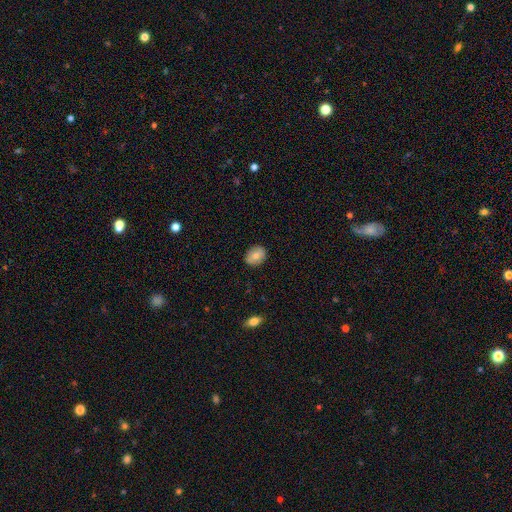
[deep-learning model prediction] Morphology: type=smooth (75%); roundness=in between (52%); merging=none (85%).